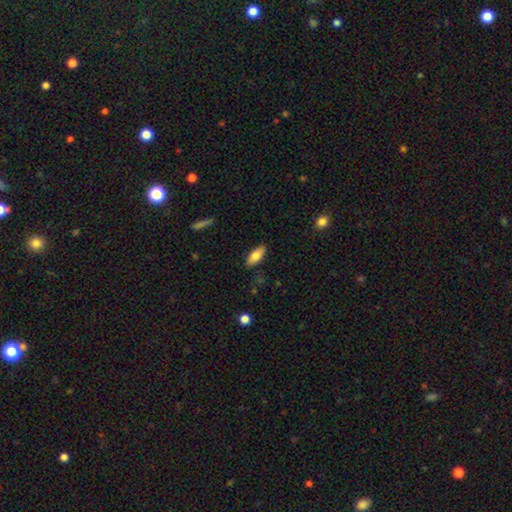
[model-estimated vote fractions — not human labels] A smooth galaxy with no disk features (81%) that is in between round and cigar-shaped (82%). Merging: none (87%).